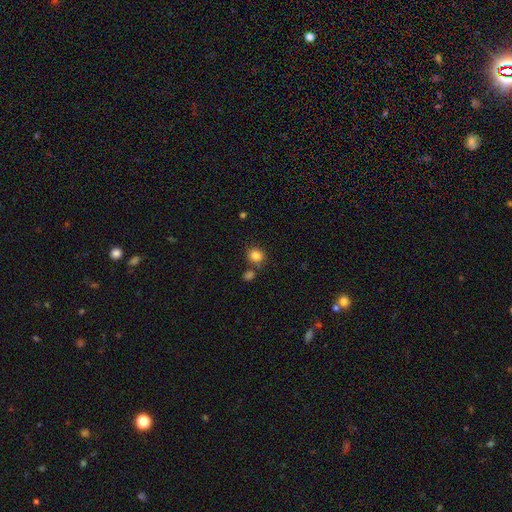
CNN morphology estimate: Smooth or featured: smooth — 84% (star or artifact — 11%)
How rounded: round — 81% (in between — 18%)
Merging: none — 73% (merger — 13%)